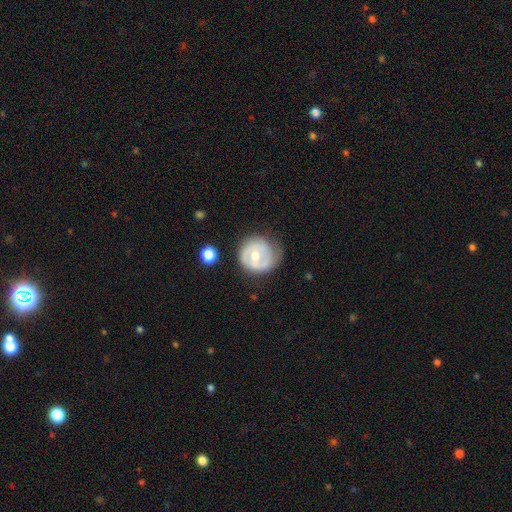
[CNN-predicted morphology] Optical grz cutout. It shows a featured or disk galaxy (57%) with no bar (54%), spiral arms (58%) and a moderate central bulge (66%). Merging: none (57%).